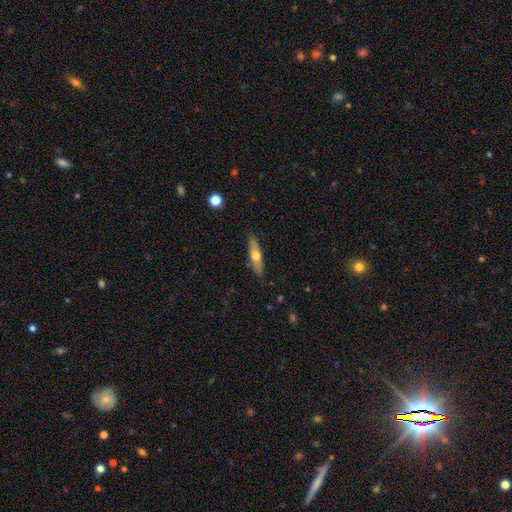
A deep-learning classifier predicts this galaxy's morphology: A smooth galaxy with no disk features (50%).

Vote fractions:
- Smooth or featured? smooth: 50% / featured or disk: 44% / star or artifact: 6%
- Merging? none: 86% / minor disturbance: 10% / major disturbance: 2% / merger: 1%